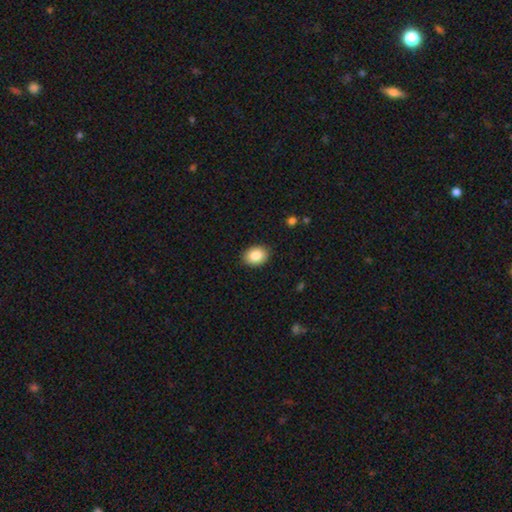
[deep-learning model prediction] smooth-or-featured: smooth: 86% | star or artifact: 8% | featured or disk: 6%
  how-rounded: in between: 65% | round: 34% | cigar-shaped: 1%
  merging: none: 89% | minor disturbance: 8% | major disturbance: 2% | merger: 1%